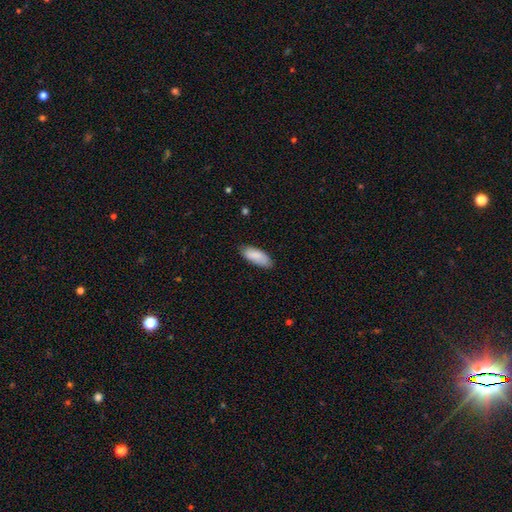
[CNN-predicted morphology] smooth-or-featured: smooth: 86% | featured or disk: 8% | star or artifact: 6%
  how-rounded: in between: 81% | cigar-shaped: 17% | round: 2%
  merging: none: 79% | minor disturbance: 17% | major disturbance: 3% | merger: 1%